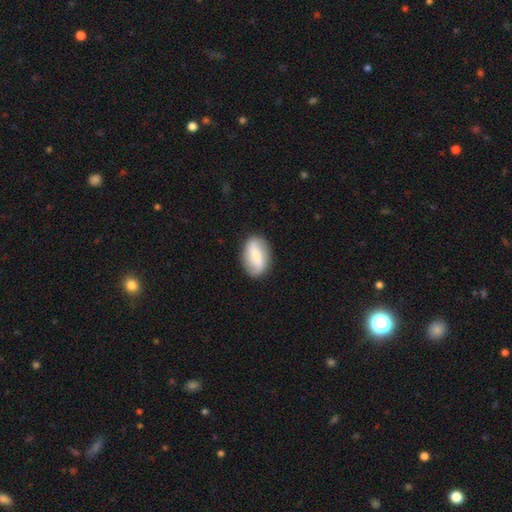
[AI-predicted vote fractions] A smooth galaxy with no disk features (50%) that is in between round and cigar-shaped (86%). Merging: none (85%).